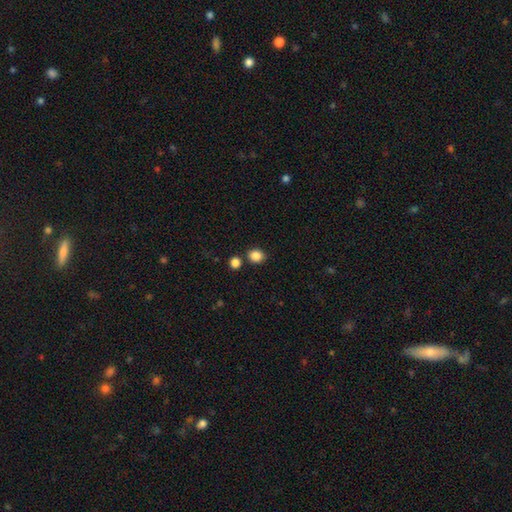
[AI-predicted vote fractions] A smooth galaxy with no disk features (86%) that is round (73%). Merging: none (80%).